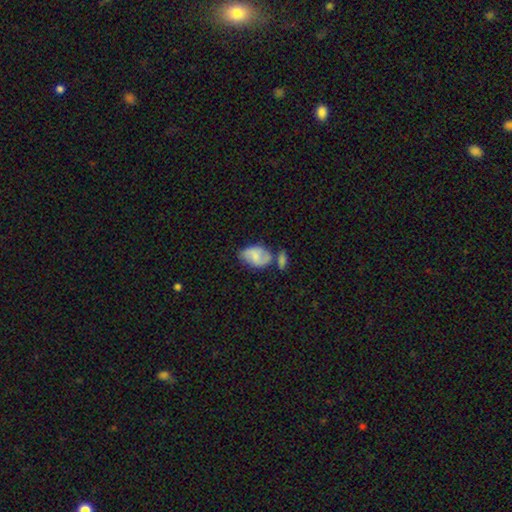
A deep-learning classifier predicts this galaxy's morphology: smooth 60%, featured or disk 33%, star or artifact 7%. Down the decision tree: how rounded — in between (84%); merging — none (43%).